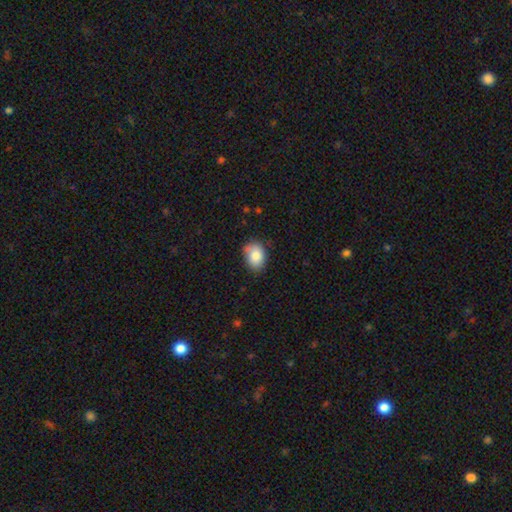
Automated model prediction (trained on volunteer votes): Q: Smooth or featured?
A: smooth (82%); runner-up: featured or disk (10%)
Q: How rounded?
A: in between (69%); runner-up: round (30%)
Q: Merging?
A: none (70%); runner-up: minor disturbance (24%)